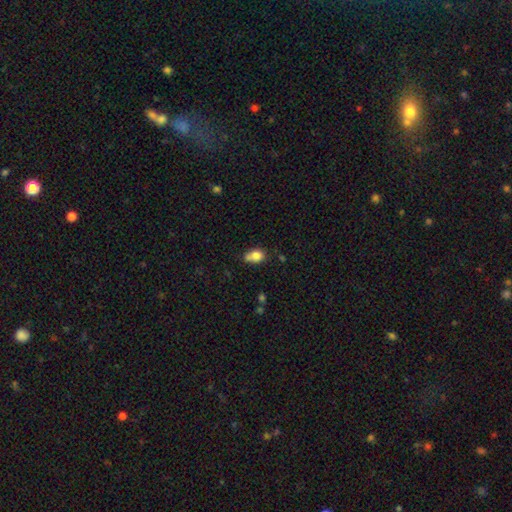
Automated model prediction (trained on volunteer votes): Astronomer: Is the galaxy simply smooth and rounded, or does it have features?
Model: smooth — 80%.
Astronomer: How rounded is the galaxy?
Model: in between — 72%.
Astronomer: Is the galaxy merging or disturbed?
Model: none — 44% (runner-up: minor disturbance, 33%).